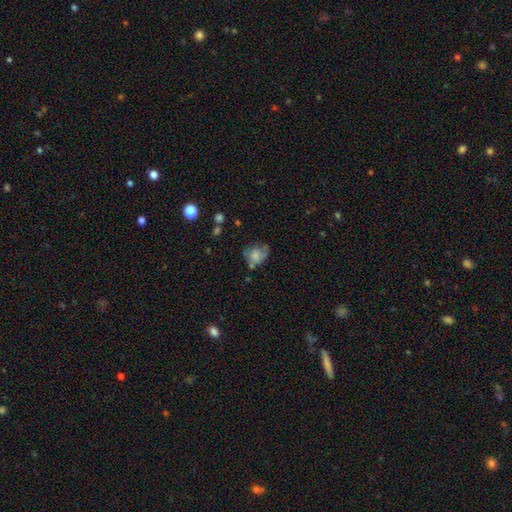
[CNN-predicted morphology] The model was most divided on "how rounded": in between: 50%, round: 49%, cigar-shaped: 1%. Remaining: smooth or featured — smooth (61%); merging — none (41%).